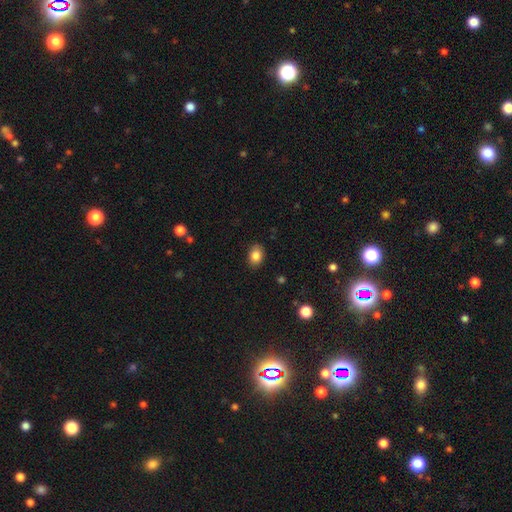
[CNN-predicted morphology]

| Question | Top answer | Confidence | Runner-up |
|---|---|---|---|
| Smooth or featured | smooth | 84% | star or artifact (9%) |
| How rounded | in between | 76% | round (23%) |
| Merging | none | 87% | minor disturbance (10%) |